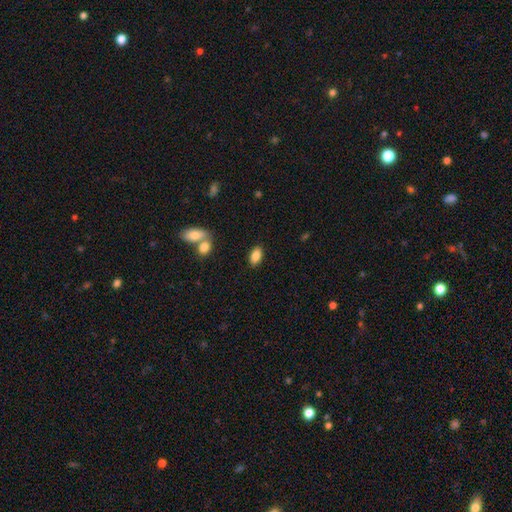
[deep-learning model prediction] Smooth or featured? smooth (86%)
How rounded? in between (91%)
Merging? none (84%)